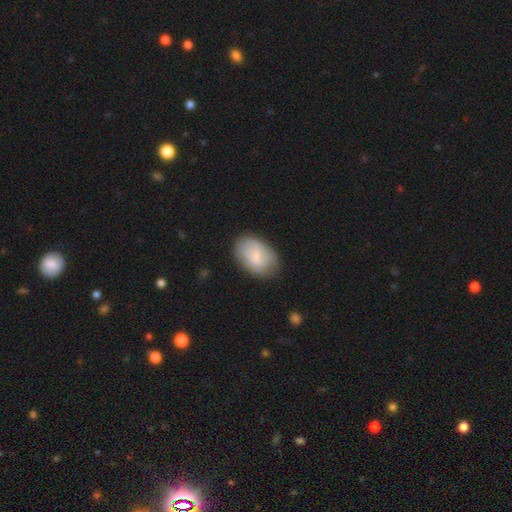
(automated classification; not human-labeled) This is likely a smooth galaxy (71%). How rounded: clearly in between (88%). Merging: likely none (78%).